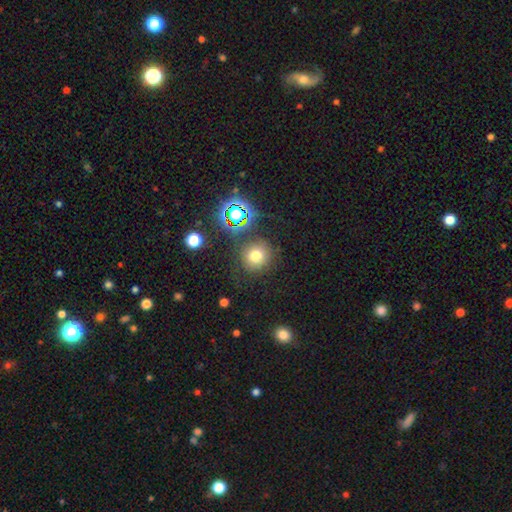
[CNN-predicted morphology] Smooth or featured? Predicted: smooth (p=0.69). How rounded? Predicted: round (p=0.91). Merging? Predicted: none (p=0.80).